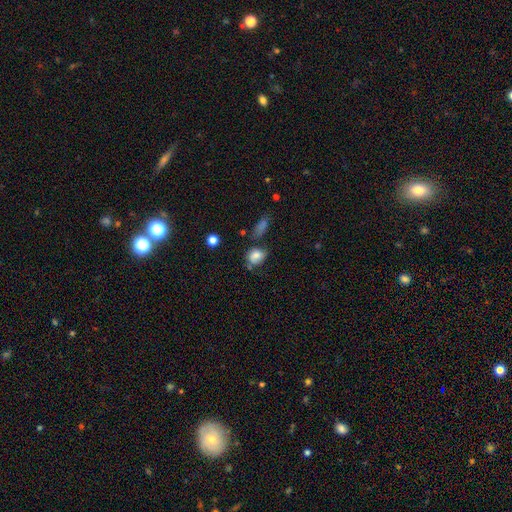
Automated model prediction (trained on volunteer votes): Smooth or featured? Predicted: smooth (p=0.76). How rounded? Predicted: in between (p=0.56). Merging? Predicted: none (p=0.53).